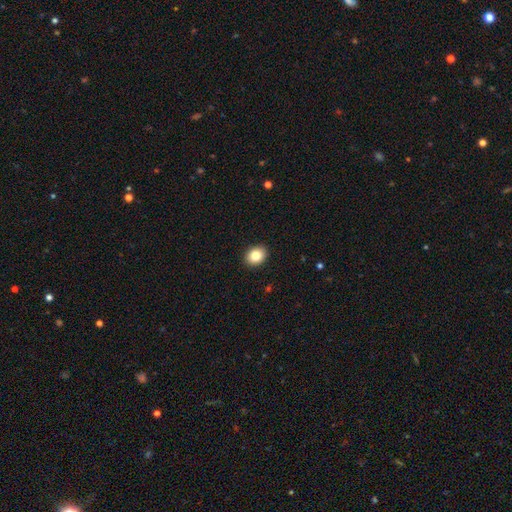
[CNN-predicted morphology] A smooth galaxy with no disk features (84%) that is in between round and cigar-shaped (52%). Merging: none (91%).